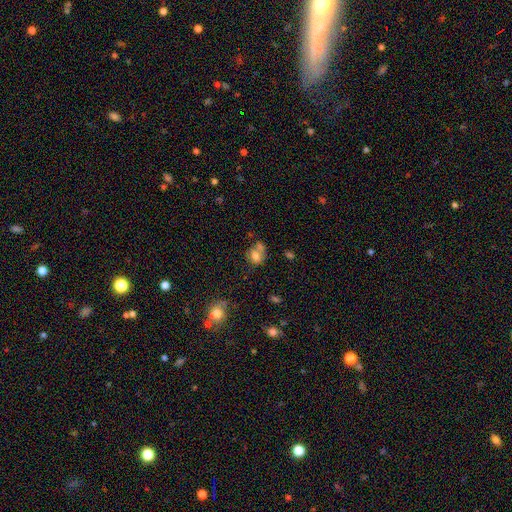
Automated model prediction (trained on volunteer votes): A smooth galaxy with no disk features (70%) that is round (51%).

Vote fractions:
- Smooth or featured? smooth: 70% / featured or disk: 18% / star or artifact: 12%
- How rounded? round: 51% / in between: 48% / cigar-shaped: 1%
- Merging? none: 37% / merger: 34% / minor disturbance: 19% / major disturbance: 10%